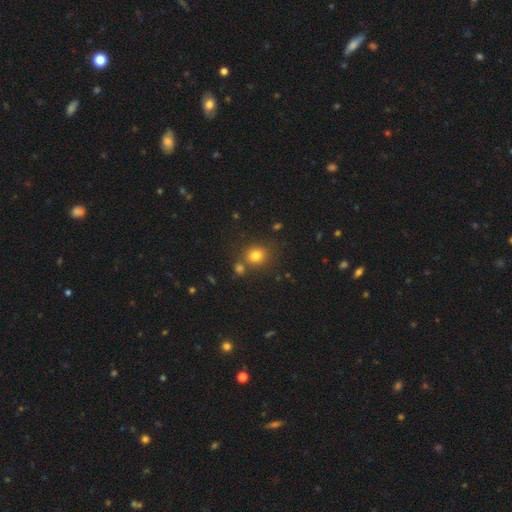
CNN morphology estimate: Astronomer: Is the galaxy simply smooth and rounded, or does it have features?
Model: smooth — 79%.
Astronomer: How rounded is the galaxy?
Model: round — 75%.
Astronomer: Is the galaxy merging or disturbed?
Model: none — 68%.